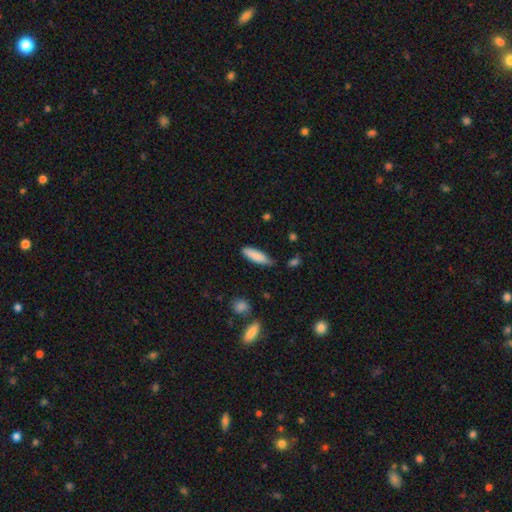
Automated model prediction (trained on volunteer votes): Smooth or featured: smooth — 84% (featured or disk — 9%)
How rounded: cigar-shaped — 59% (in between — 39%)
Merging: none — 73% (minor disturbance — 22%)